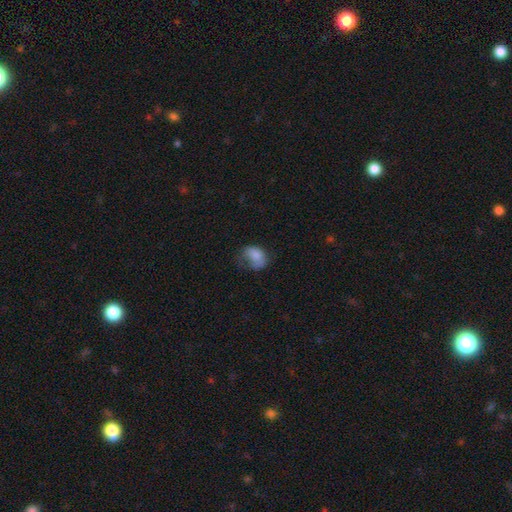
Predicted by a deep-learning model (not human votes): Smooth or featured: smooth — 77% (featured or disk — 14%)
How rounded: in between — 71% (round — 28%)
Merging: minor disturbance — 33% (none — 32%)